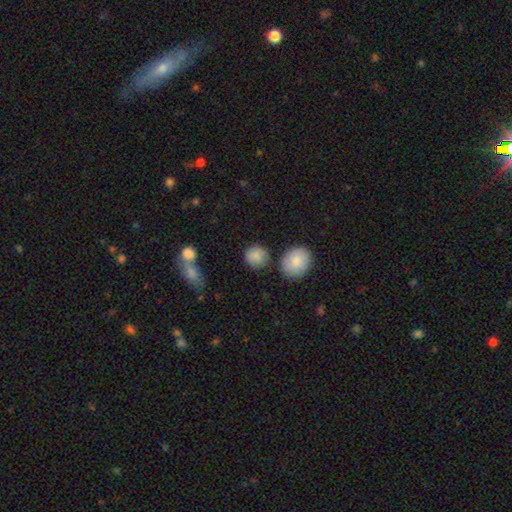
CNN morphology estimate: Smooth or featured? smooth (86%)
How rounded? round (87%)
Merging? none (79%)